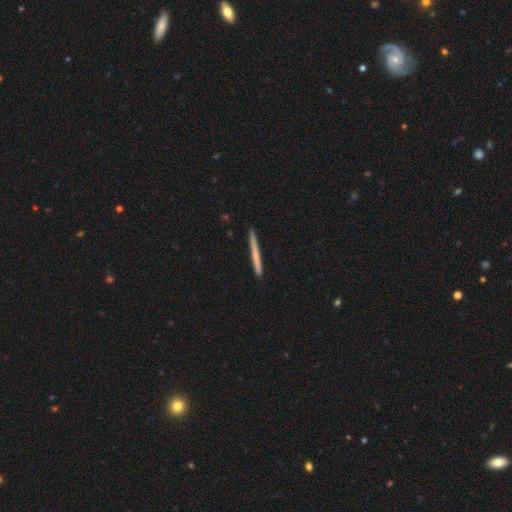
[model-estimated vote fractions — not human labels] The model was most divided on "smooth or featured": smooth: 59%, featured or disk: 36%, star or artifact: 6%. More confident: how rounded — cigar-shaped (97%); merging — none (92%).